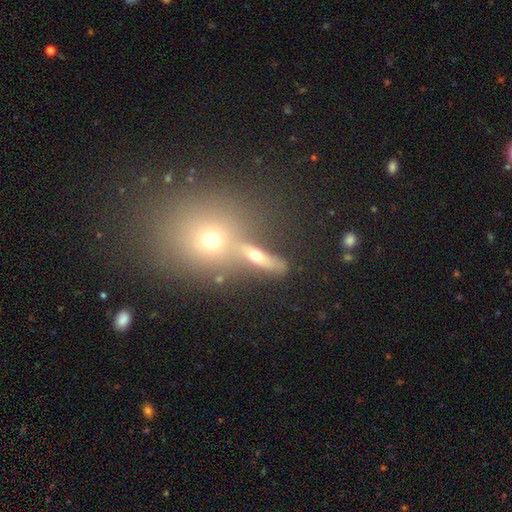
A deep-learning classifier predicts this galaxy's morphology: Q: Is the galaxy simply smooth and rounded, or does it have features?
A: smooth — 57%.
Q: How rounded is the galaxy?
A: in between — 36%.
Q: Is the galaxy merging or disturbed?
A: none — 55%.